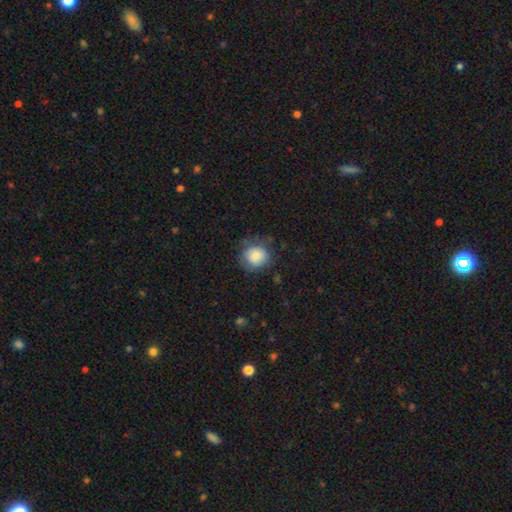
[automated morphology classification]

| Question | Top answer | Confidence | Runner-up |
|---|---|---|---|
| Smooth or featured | smooth | 81% | featured or disk (11%) |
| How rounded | round | 84% | in between (15%) |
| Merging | none | 68% | minor disturbance (21%) |